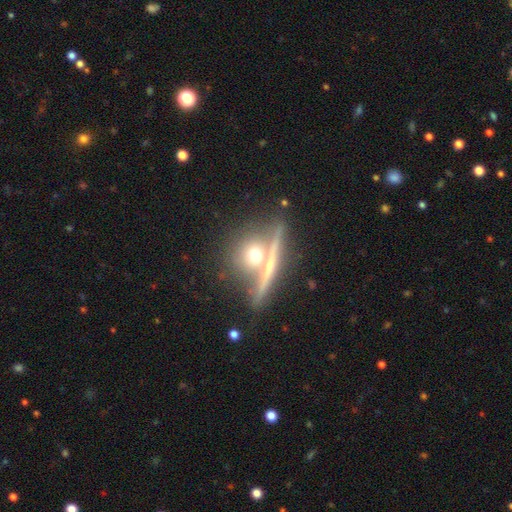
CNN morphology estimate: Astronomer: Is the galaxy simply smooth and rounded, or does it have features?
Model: smooth — 47% (runner-up: featured or disk, 40%).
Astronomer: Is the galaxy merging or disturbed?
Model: none — 62%.